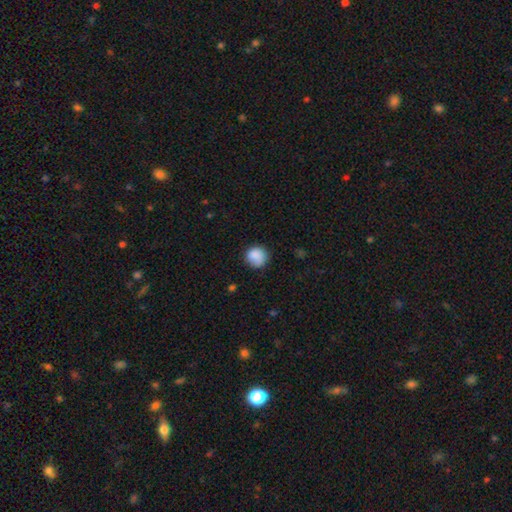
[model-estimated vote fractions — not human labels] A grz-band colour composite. It shows a smooth galaxy with no disk features (87%) that is round (91%). Merging: none (78%).